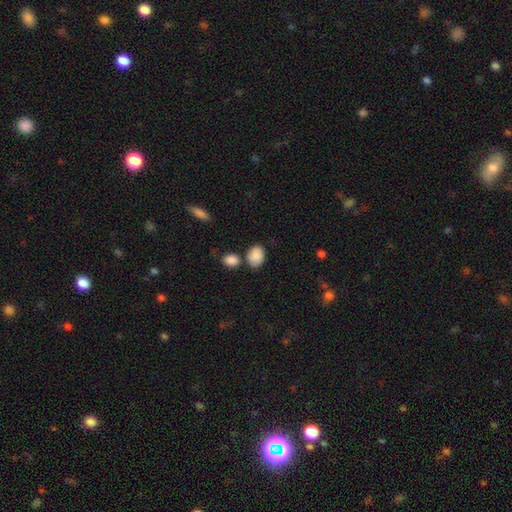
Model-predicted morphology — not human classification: Smooth or featured: smooth — 88% (star or artifact — 7%)
How rounded: in between — 77% (round — 22%)
Merging: none — 68% (minor disturbance — 15%)